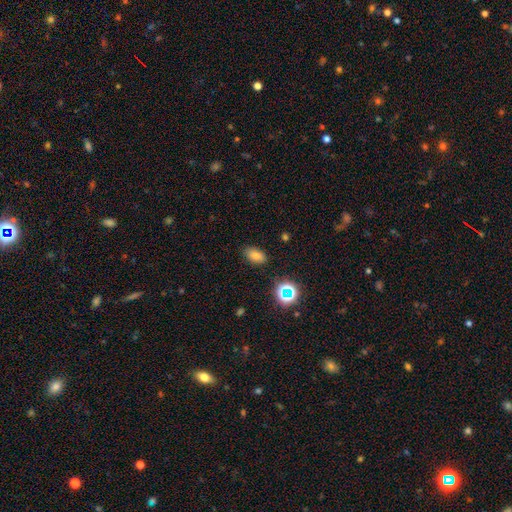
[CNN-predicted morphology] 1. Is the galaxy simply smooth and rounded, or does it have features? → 77% smooth, 16% star or artifact, 7% featured or disk.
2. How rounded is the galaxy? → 88% in between, 10% round, 2% cigar-shaped.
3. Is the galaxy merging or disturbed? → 84% none, 11% minor disturbance, 3% major disturbance, 2% merger.